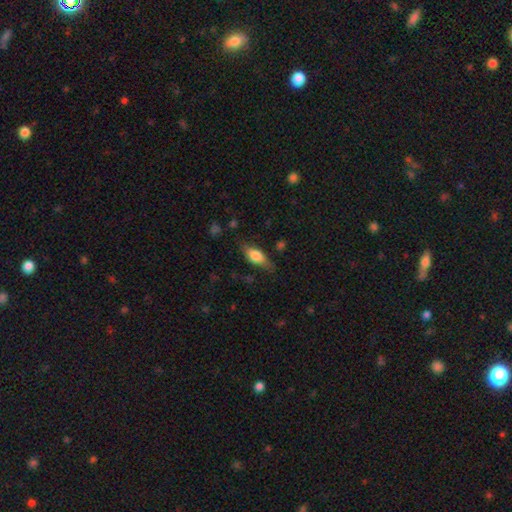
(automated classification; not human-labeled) This is likely a smooth galaxy (67%). How rounded: likely in between (75%). Merging: likely none (72%).